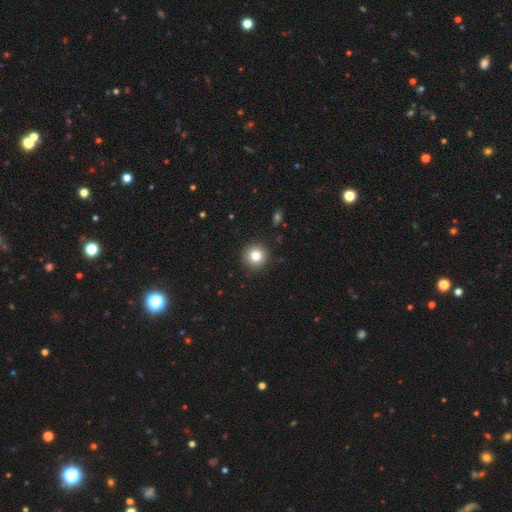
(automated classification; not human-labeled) Q: Smooth or featured?
A: smooth (81%); runner-up: star or artifact (11%)
Q: How rounded?
A: round (95%); runner-up: in between (4%)
Q: Merging?
A: none (92%); runner-up: minor disturbance (5%)